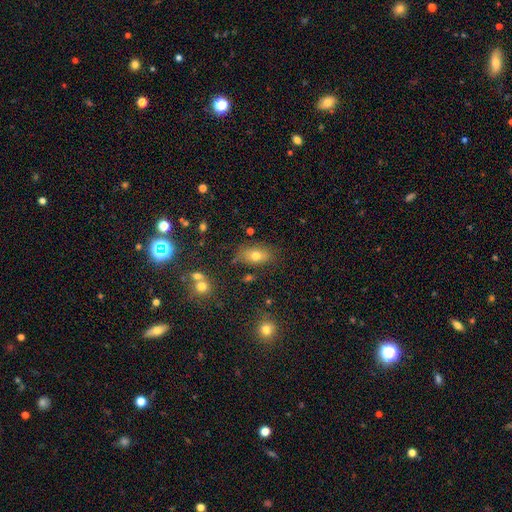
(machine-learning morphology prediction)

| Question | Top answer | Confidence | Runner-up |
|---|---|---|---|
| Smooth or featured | smooth | 72% | featured or disk (16%) |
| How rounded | in between | 85% | round (11%) |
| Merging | none | 71% | minor disturbance (19%) |